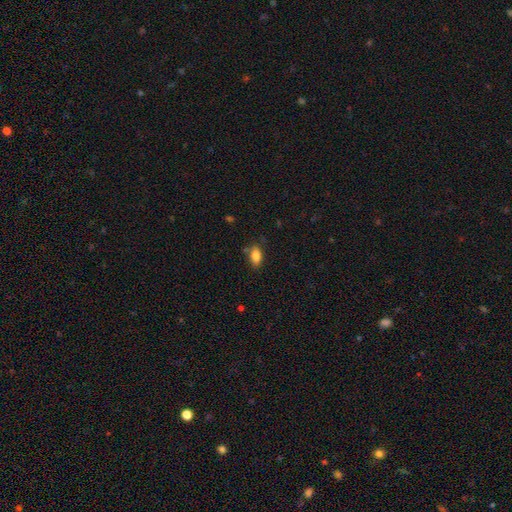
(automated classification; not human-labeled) Smooth or featured? smooth (84%)
How rounded? in between (88%)
Merging? none (78%)